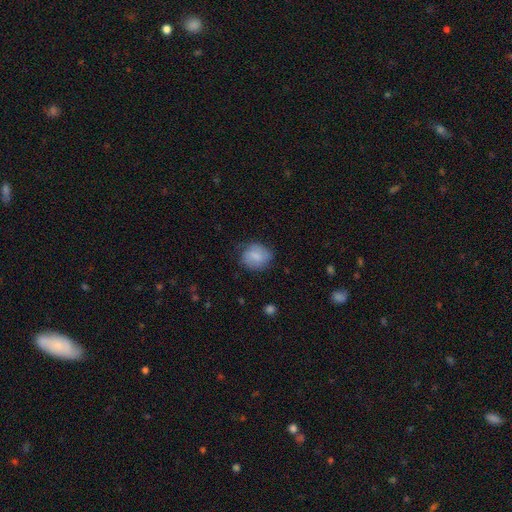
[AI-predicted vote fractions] smooth-or-featured: smooth: 74% | featured or disk: 19% | star or artifact: 7%
  how-rounded: round: 70% | in between: 29% | cigar-shaped: 1%
  merging: none: 68% | minor disturbance: 24% | major disturbance: 7% | merger: 1%